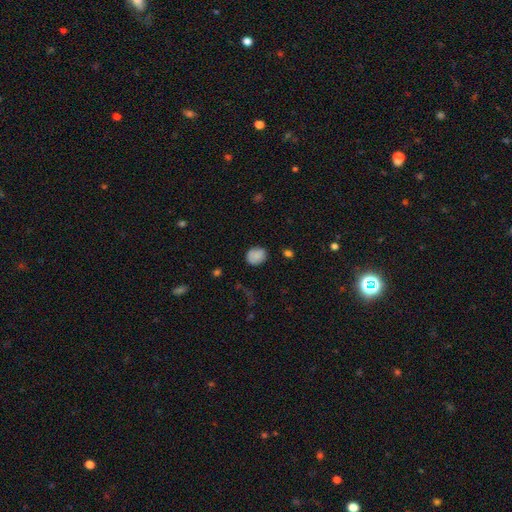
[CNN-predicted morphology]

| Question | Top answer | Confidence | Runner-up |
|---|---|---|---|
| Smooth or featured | smooth | 83% | star or artifact (9%) |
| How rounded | round | 63% | in between (36%) |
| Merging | none | 75% | minor disturbance (19%) |